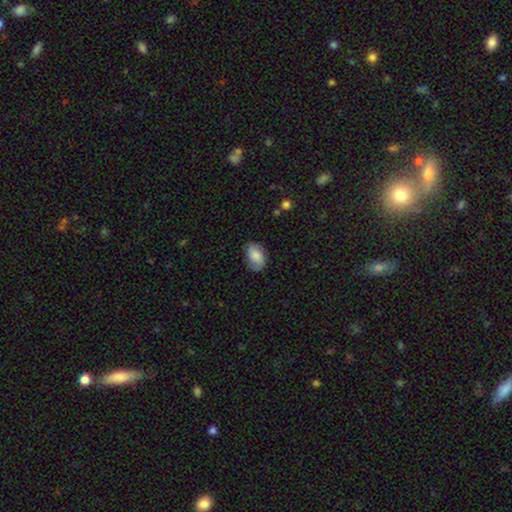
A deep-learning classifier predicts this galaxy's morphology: Smooth or featured? smooth (72%)
How rounded? in between (88%)
Merging? none (72%)